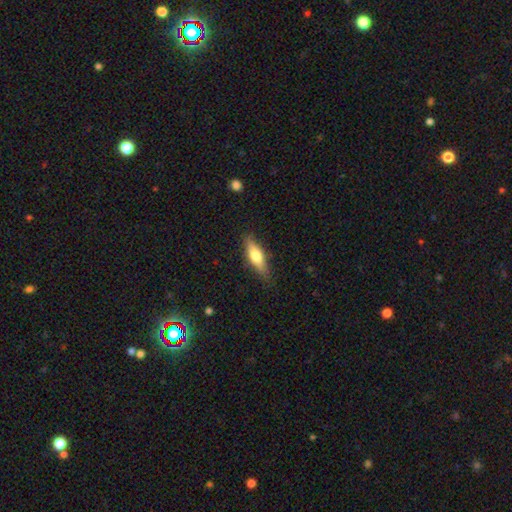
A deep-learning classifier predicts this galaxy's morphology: smooth-or-featured: smooth: 59% | featured or disk: 35% | star or artifact: 6%
  how-rounded: cigar-shaped: 54% | in between: 43% | round: 3%
  merging: none: 82% | minor disturbance: 14% | major disturbance: 3% | merger: 1%